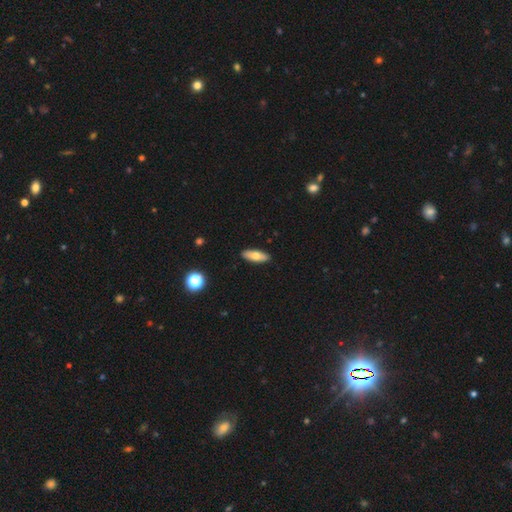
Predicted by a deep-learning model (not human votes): smooth 70%, featured or disk 23%, star or artifact 7%. Down the decision tree: how rounded — in between (67%); merging — none (90%).